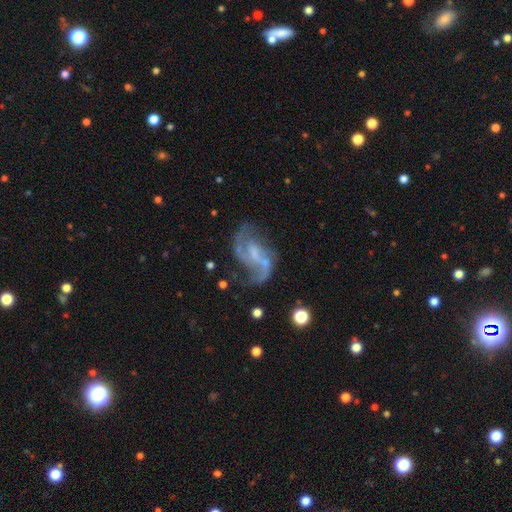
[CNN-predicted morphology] The model was most divided on "bulge size": small: 40%, none: 39%, moderate: 18%, large: 2%, dominant: 1%. Remaining: edge-on disk — no (97%); spiral arms — yes (92%); smooth or featured — featured or disk (85%); spiral arm count — 2 (78%); spiral winding — loose (55%); merging — none (47%); bar — weak (47%).